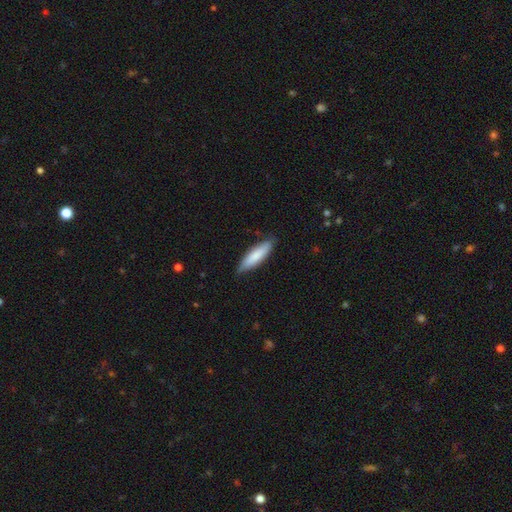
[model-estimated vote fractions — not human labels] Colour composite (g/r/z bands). It shows a smooth galaxy with no disk features (80%) that is cigar-shaped (63%). Merging: none (80%).